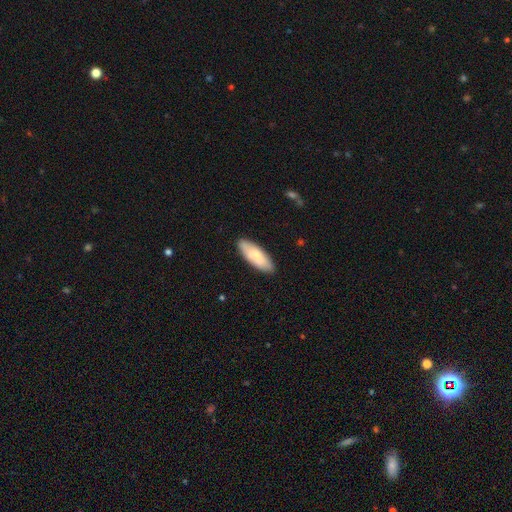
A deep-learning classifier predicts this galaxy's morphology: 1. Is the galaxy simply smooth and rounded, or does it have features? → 75% smooth, 20% featured or disk, 5% star or artifact.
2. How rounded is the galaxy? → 69% in between, 29% cigar-shaped, 2% round.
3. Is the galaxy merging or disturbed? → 86% none, 11% minor disturbance, 2% major disturbance, 1% merger.